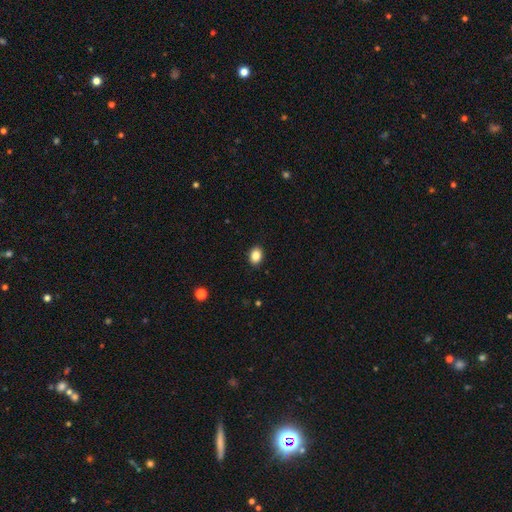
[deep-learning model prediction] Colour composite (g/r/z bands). It shows a smooth galaxy with no disk features (86%) that is in between round and cigar-shaped (72%). Merging: none (90%).